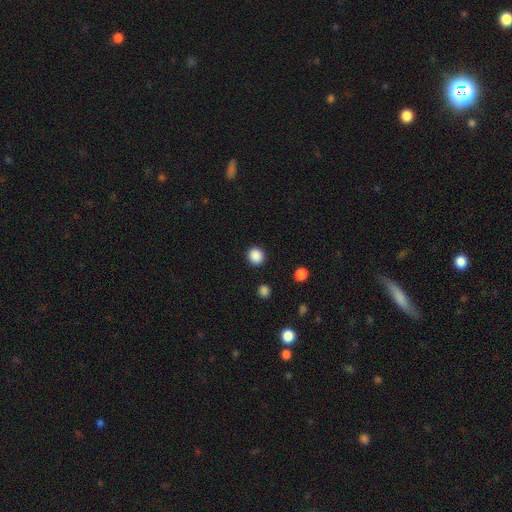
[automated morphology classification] Smooth or featured? Predicted: smooth (p=0.88). How rounded? Predicted: round (p=0.87). Merging? Predicted: none (p=0.90).